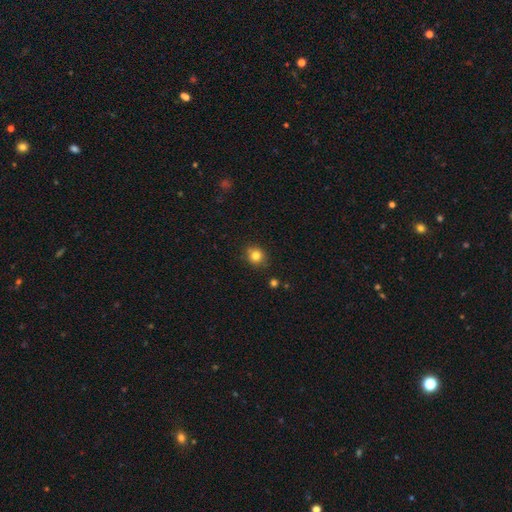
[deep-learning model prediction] A smooth galaxy with no disk features (81%) that is round (80%).

Vote fractions:
- Smooth or featured? smooth: 81% / star or artifact: 12% / featured or disk: 7%
- How rounded? round: 80% / in between: 19% / cigar-shaped: 1%
- Merging? none: 86% / minor disturbance: 10% / major disturbance: 2% / merger: 2%